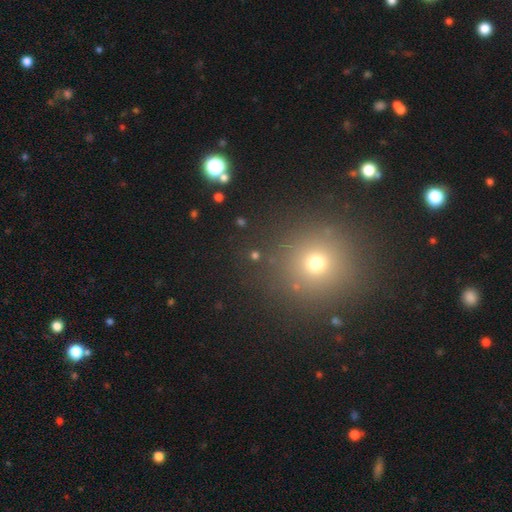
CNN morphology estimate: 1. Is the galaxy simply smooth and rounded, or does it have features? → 58% smooth, 34% star or artifact, 8% featured or disk.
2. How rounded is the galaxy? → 92% round, 6% in between, 1% cigar-shaped.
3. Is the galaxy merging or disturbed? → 87% none, 6% minor disturbance, 4% merger, 3% major disturbance.